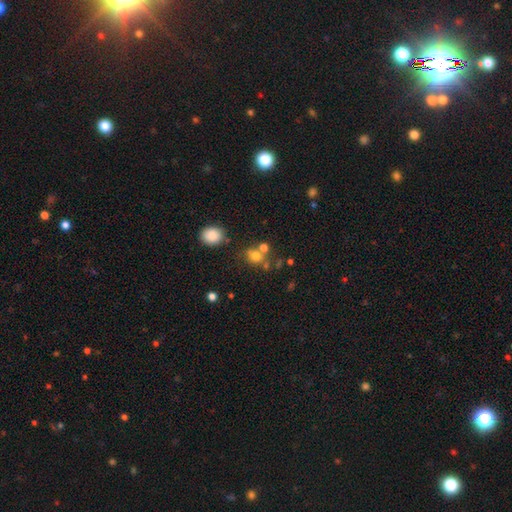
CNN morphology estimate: This appears to be a smooth galaxy with no disk features (72%) that is round (64%). Merging: none (54%).